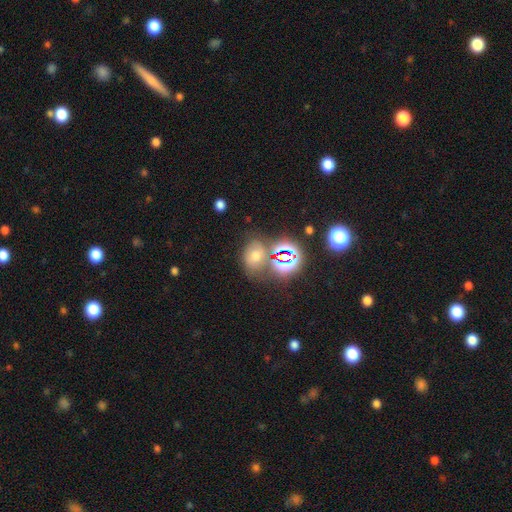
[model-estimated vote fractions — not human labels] Smooth or featured?
  - smooth: 43% *
  - star or artifact: 39%
  - featured or disk: 17%
Merging?
  - none: 61% *
  - minor disturbance: 17%
  - merger: 14%
  - major disturbance: 8%